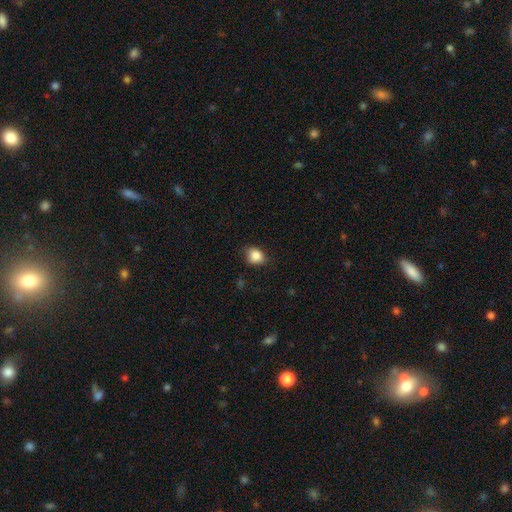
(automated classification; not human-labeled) This is clearly a smooth galaxy (86%). How rounded: possibly round (54%). Merging: likely none (75%).